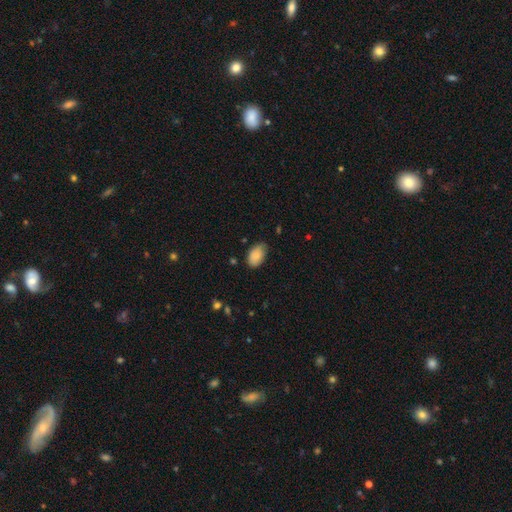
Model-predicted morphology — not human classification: smooth 86%, featured or disk 7%, star or artifact 7%. Down the decision tree: how rounded — in between (90%); merging — none (66%).